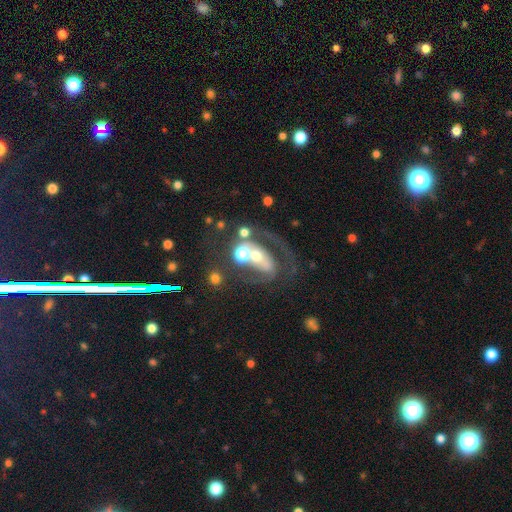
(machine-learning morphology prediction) This is likely a featured or disk galaxy (61%). It is clearly not viewed edge-on (95%). Bar: possibly no (56%). Spiral arm pattern: possibly yes (60%). Central bulge: possibly moderate (52%). Merging: marginally none (32%).